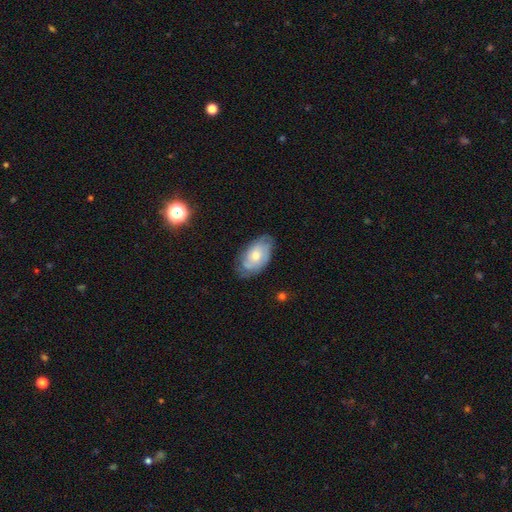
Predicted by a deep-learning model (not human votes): Smooth or featured: featured or disk — 53% (smooth — 41%)
Edge-on disk: no — 93% (yes — 7%)
Merging: none — 68% (minor disturbance — 25%)